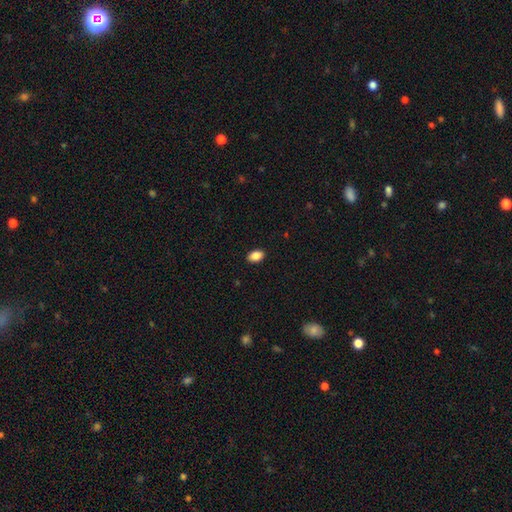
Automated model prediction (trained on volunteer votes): This is clearly a smooth galaxy (88%). How rounded: clearly in between (89%). Merging: clearly none (90%).